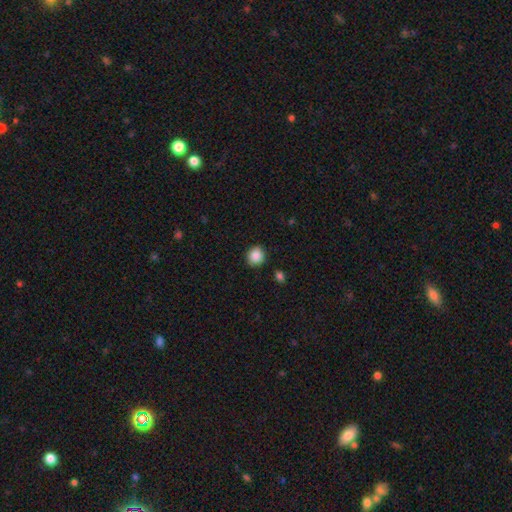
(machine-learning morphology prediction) Q: Smooth or featured?
A: smooth (87%); runner-up: star or artifact (9%)
Q: How rounded?
A: round (87%); runner-up: in between (12%)
Q: Merging?
A: none (90%); runner-up: minor disturbance (7%)